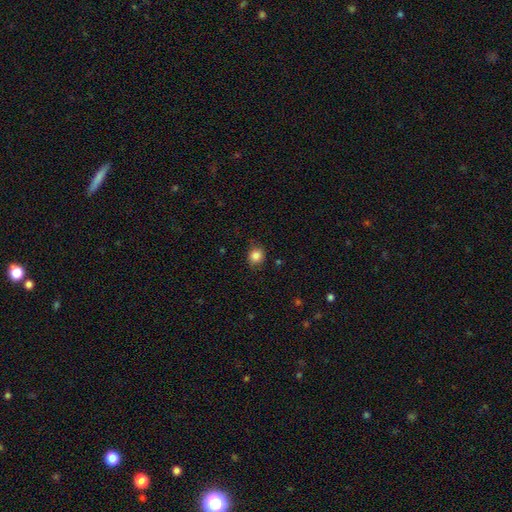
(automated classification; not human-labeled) The model was most divided on "how rounded": round: 84%, in between: 15%, cigar-shaped: 1%. More confident: smooth or featured — smooth (85%); merging — none (85%).